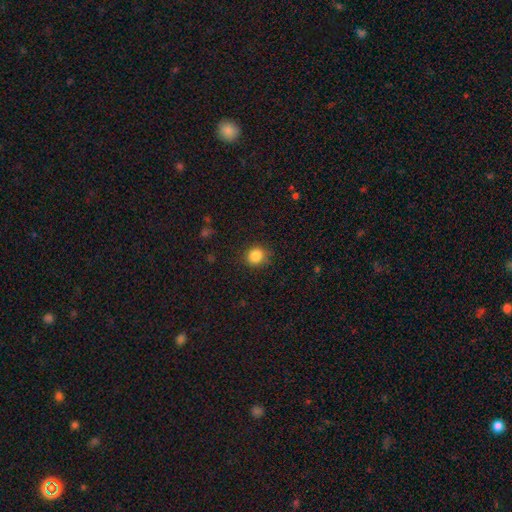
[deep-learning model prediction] Morphology: type=smooth (86%); roundness=round (83%); merging=none (83%).